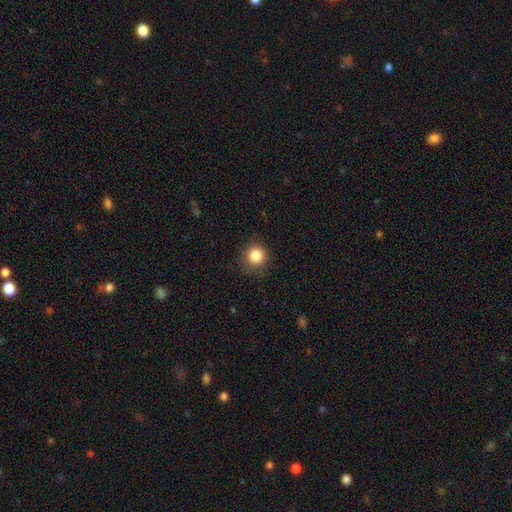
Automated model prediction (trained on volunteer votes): The model was most divided on "smooth or featured": smooth: 85%, star or artifact: 10%, featured or disk: 5%. More confident: how rounded — round (92%); merging — none (86%).